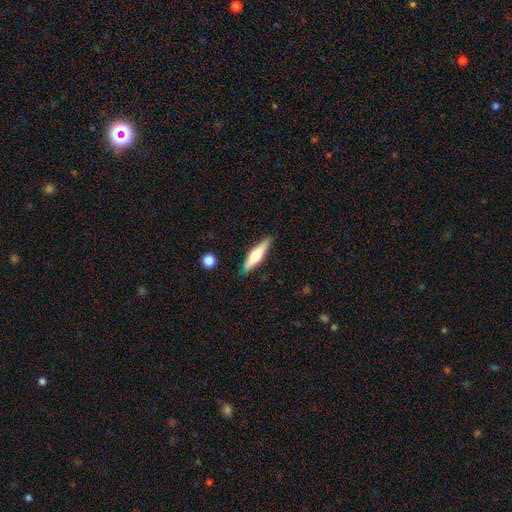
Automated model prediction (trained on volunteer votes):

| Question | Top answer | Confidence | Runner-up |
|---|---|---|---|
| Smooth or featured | featured or disk | 49% | smooth (45%) |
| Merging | none | 85% | minor disturbance (11%) |